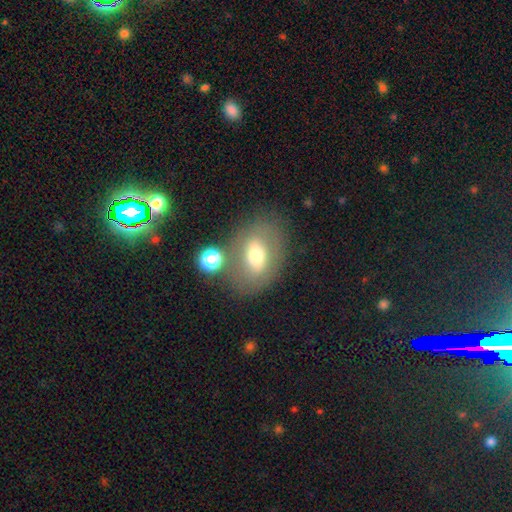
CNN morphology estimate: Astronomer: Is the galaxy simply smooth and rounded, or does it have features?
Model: smooth — 55% (runner-up: featured or disk, 35%).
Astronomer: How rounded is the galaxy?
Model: in between — 78%.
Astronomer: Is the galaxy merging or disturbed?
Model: none — 65%.